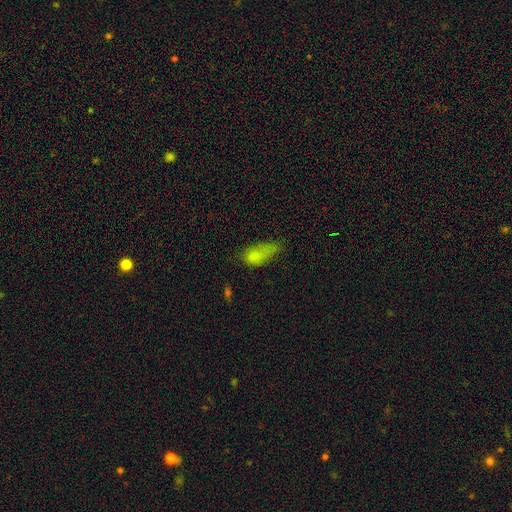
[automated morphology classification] This appears to be a smooth galaxy with no disk features (75%) that is in between round and cigar-shaped (86%). Merging: major disturbance (35%).